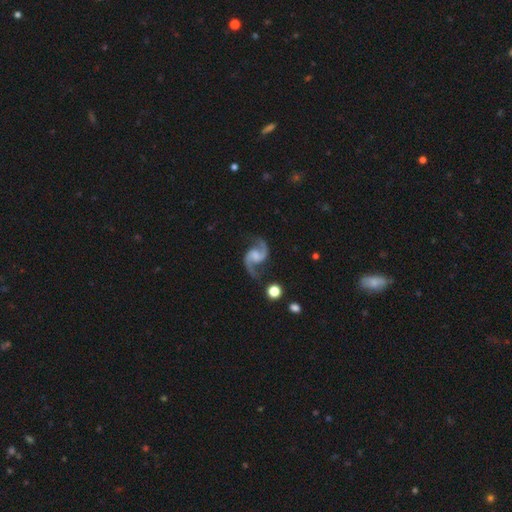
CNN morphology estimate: Smooth or featured?
  - featured or disk: 92% *
  - star or artifact: 4%
  - smooth: 3%
Edge-on disk?
  - no: 98% *
  - yes: 2%
Bar?
  - no: 49% *
  - weak: 40%
  - strong: 11%
Spiral arms?
  - yes: 98% *
  - no: 2%
Spiral winding?
  - loose: 56% *
  - medium: 38%
  - tight: 6%
Spiral arm count?
  - 2: 95% *
  - can't tell: 1%
  - 1: 1%
  - 3: 1%
  - 4: 1%
  - more than 4: 1%
Bulge size?
  - none: 47% *
  - small: 22%
  - moderate: 21%
  - large: 9%
  - dominant: 2%
Merging?
  - none: 78% *
  - minor disturbance: 13%
  - major disturbance: 6%
  - merger: 2%